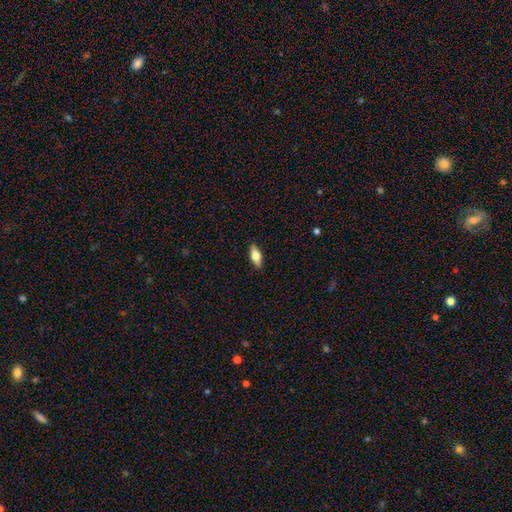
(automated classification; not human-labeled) A smooth galaxy with no disk features (63%) that is in between round and cigar-shaped (74%). Merging: none (89%).